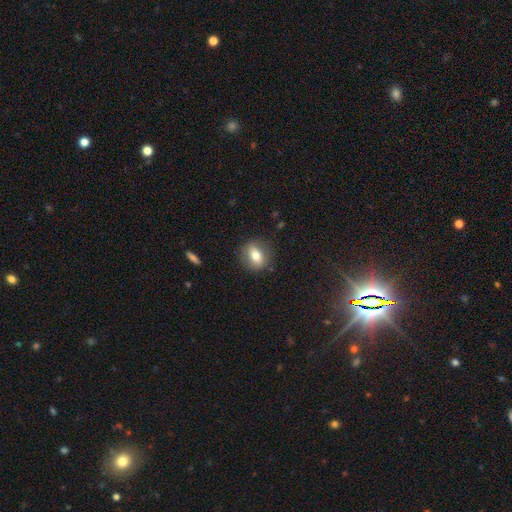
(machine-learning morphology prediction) smooth 71%, featured or disk 19%, star or artifact 9%. Down the decision tree: how rounded — round (55%); merging — none (83%).